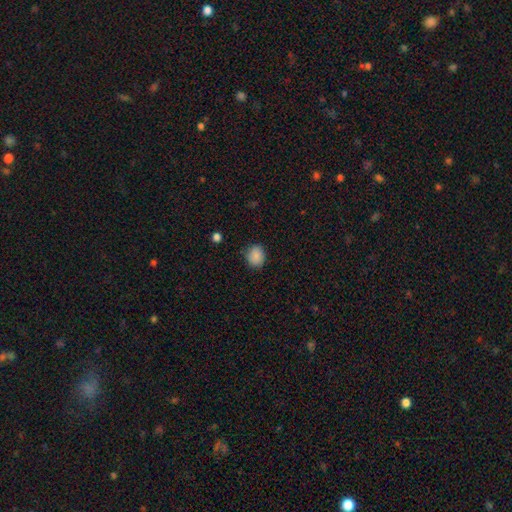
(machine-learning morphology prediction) type=smooth (87%); roundness=round (63%); merging=none (82%).